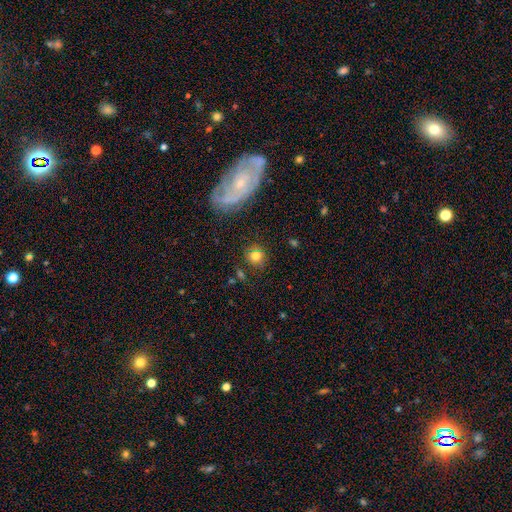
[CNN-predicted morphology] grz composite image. It shows a smooth galaxy with no disk features (74%) that is round (85%). Merging: none (81%).